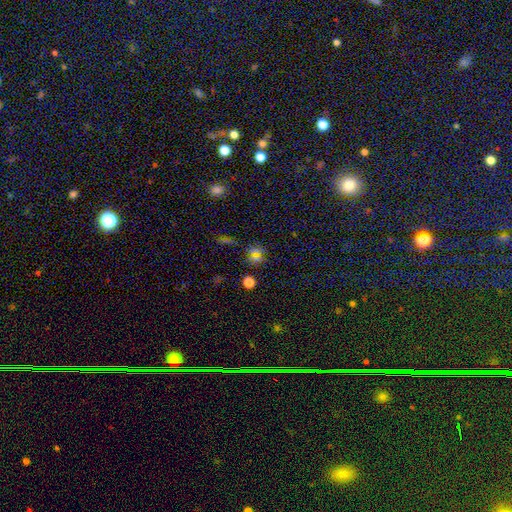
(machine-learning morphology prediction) Smooth or featured? Predicted: smooth (p=0.46). Merging? Predicted: none (p=0.78).